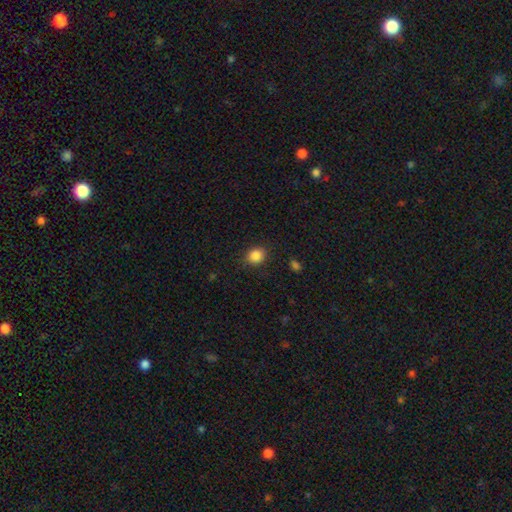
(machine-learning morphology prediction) Smooth or featured? smooth (86%)
How rounded? round (68%)
Merging? none (86%)